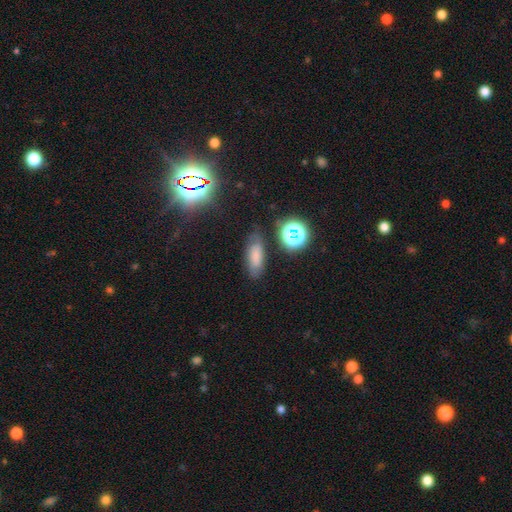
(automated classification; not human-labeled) smooth-or-featured: smooth: 68% | star or artifact: 17% | featured or disk: 14%
  how-rounded: in between: 73% | cigar-shaped: 20% | round: 7%
  merging: none: 74% | minor disturbance: 18% | major disturbance: 5% | merger: 3%